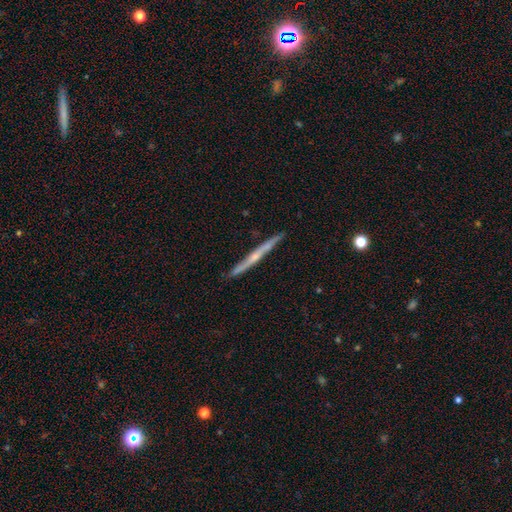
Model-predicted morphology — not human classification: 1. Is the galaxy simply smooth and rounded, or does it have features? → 71% featured or disk, 23% smooth, 6% star or artifact.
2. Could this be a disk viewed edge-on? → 98% yes, 2% no.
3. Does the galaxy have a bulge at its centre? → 57% rounded, 38% none, 5% boxy.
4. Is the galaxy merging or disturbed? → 89% none, 8% minor disturbance, 1% major disturbance, 1% merger.